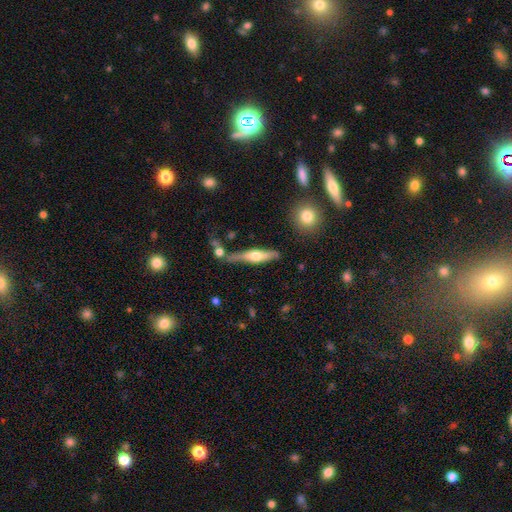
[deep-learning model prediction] A featured or disk galaxy (61%) viewed edge-on (93%) with a rounded central bulge (91%). Merging: none (66%).